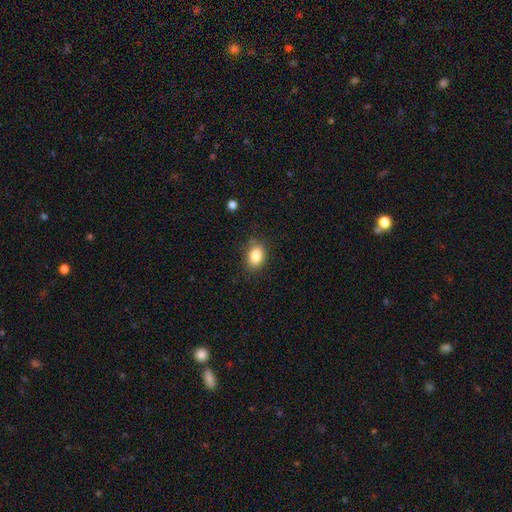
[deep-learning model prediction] A smooth galaxy with no disk features (85%) that is in between round and cigar-shaped (84%). Merging: none (81%).